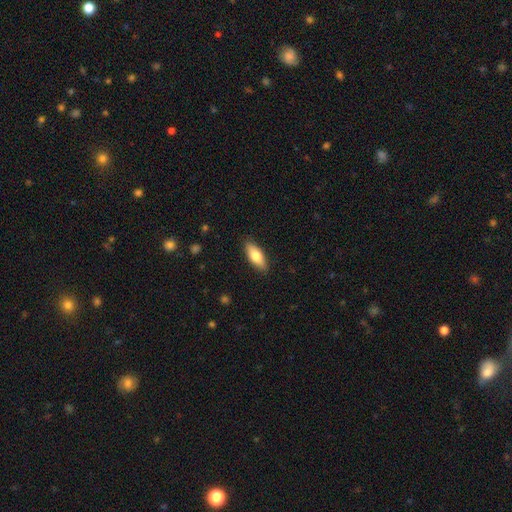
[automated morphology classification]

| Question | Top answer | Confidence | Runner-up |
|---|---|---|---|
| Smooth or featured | smooth | 76% | featured or disk (18%) |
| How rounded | in between | 74% | cigar-shaped (24%) |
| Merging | none | 88% | minor disturbance (9%) |